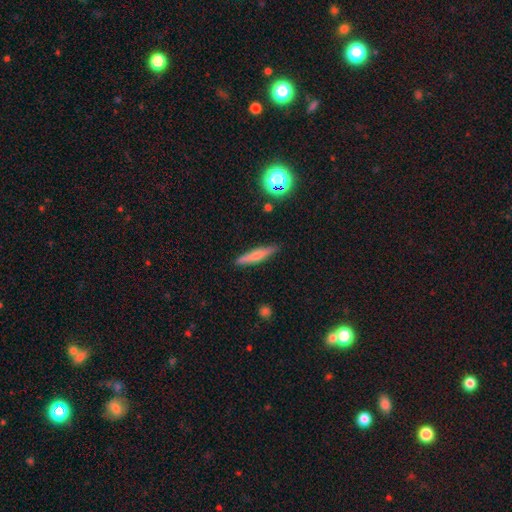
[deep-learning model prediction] A smooth galaxy with no disk features (60%) that is cigar-shaped (88%). Merging: none (87%).